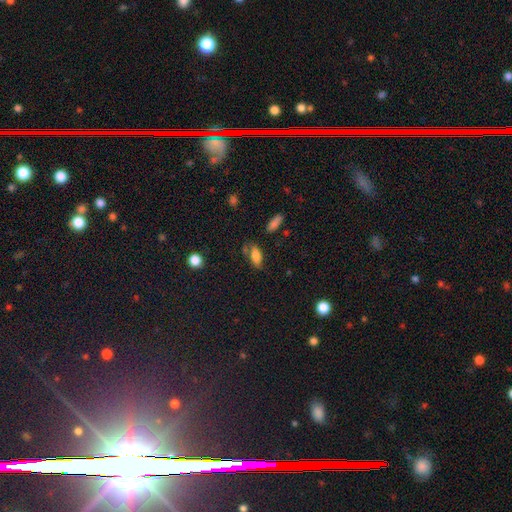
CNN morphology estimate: Smooth or featured? Predicted: smooth (p=0.78). How rounded? Predicted: in between (p=0.82). Merging? Predicted: none (p=0.61).